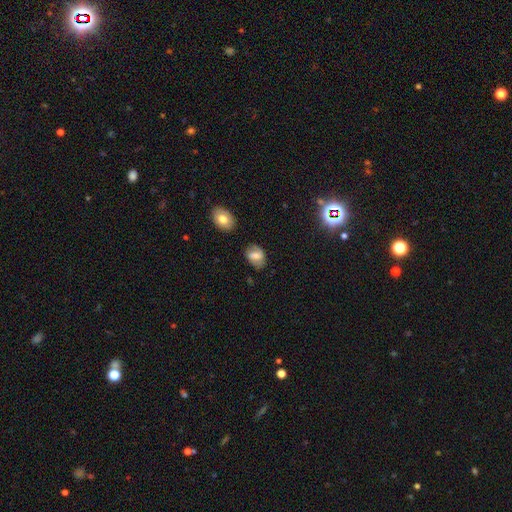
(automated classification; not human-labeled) A smooth galaxy with no disk features (55%) that is in between round and cigar-shaped (77%). Merging: none (71%).